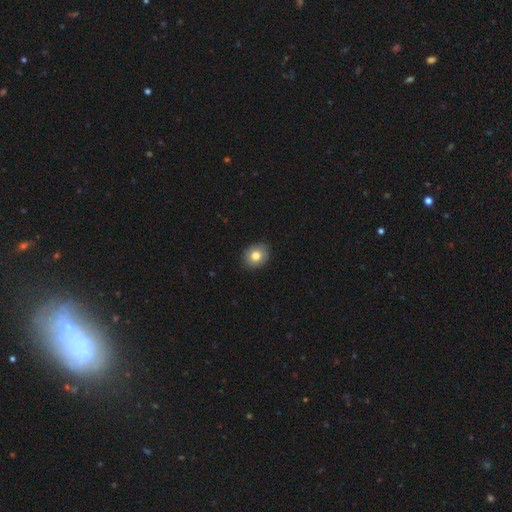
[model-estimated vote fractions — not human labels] Morphology: type=smooth (77%); roundness=round (54%); merging=none (85%).